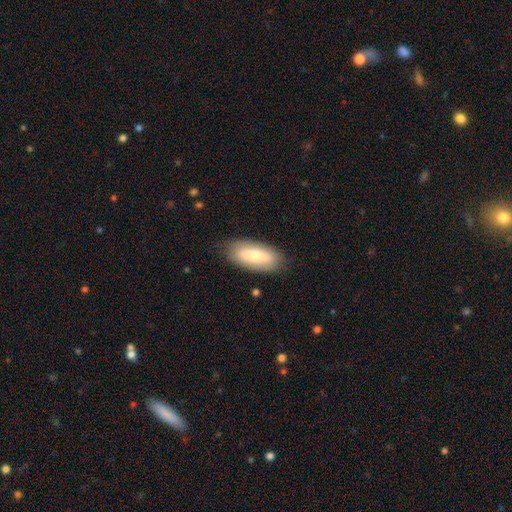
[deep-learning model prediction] Smooth or featured?
  - smooth: 72% *
  - featured or disk: 22%
  - star or artifact: 6%
How rounded?
  - in between: 85% *
  - cigar-shaped: 13%
  - round: 2%
Merging?
  - none: 82% *
  - minor disturbance: 14%
  - major disturbance: 3%
  - merger: 1%